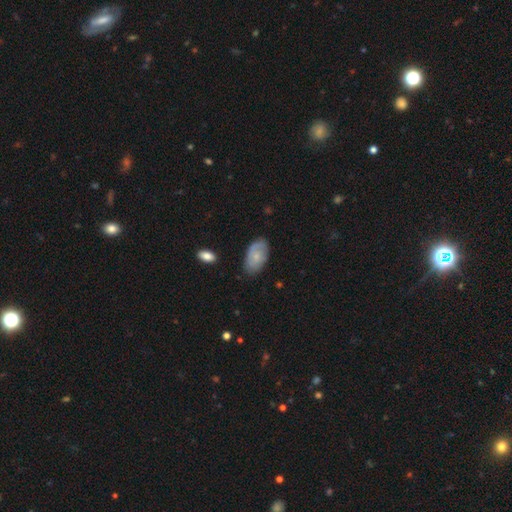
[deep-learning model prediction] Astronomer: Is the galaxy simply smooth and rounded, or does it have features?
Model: smooth — 57% (runner-up: featured or disk, 36%).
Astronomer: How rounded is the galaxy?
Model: in between — 93%.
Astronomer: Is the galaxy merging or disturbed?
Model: none — 71%.